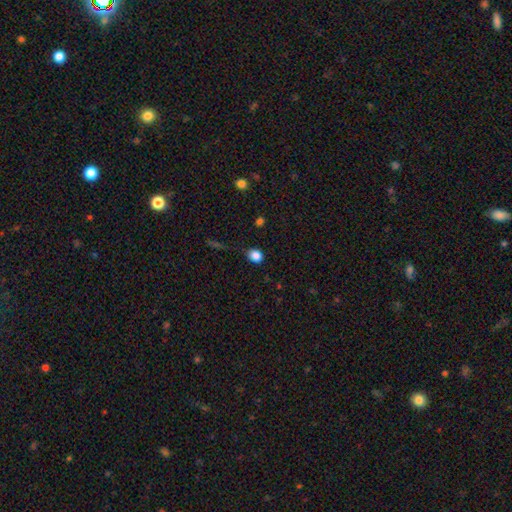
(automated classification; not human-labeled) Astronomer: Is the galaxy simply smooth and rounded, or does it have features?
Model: smooth — 85%.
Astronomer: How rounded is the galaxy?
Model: round — 66%.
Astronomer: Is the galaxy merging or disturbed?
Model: none — 84%.